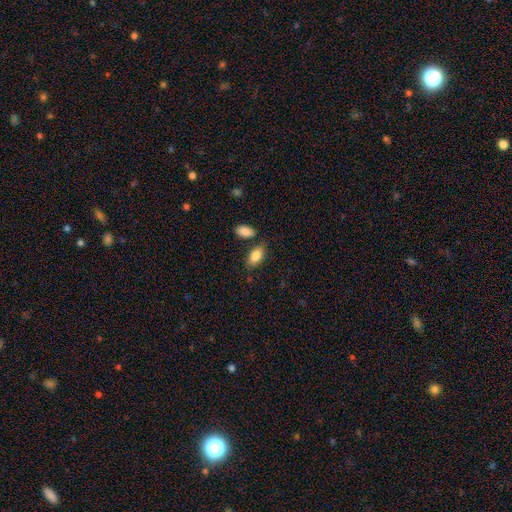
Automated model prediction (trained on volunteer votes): smooth 86%, featured or disk 8%, star or artifact 7%. Down the decision tree: how rounded — in between (92%); merging — none (74%).